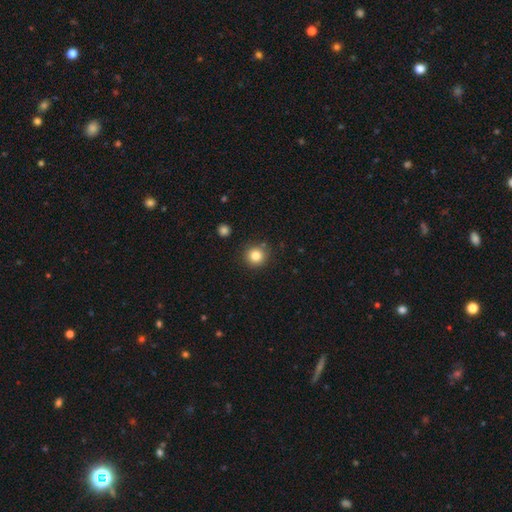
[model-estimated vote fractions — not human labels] Smooth or featured: smooth — 82% (star or artifact — 12%)
How rounded: round — 94% (in between — 5%)
Merging: none — 87% (minor disturbance — 7%)